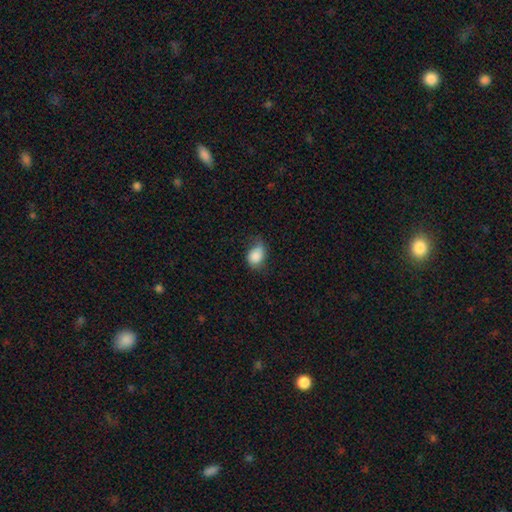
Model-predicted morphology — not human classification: smooth-or-featured: smooth: 85% | star or artifact: 8% | featured or disk: 7%
  how-rounded: in between: 72% | round: 27% | cigar-shaped: 1%
  merging: none: 42% | minor disturbance: 41% | major disturbance: 15% | merger: 2%